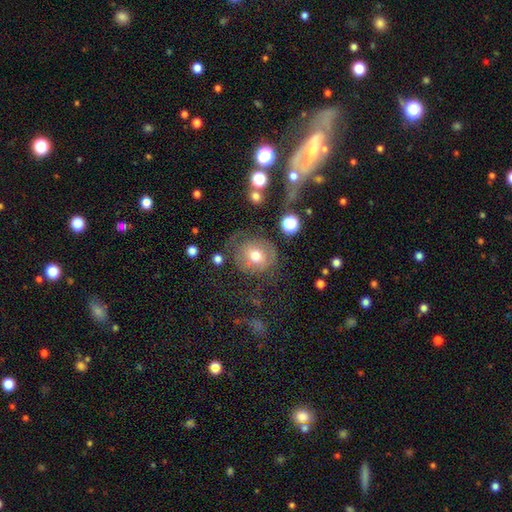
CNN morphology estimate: A smooth galaxy with no disk features (56%) that is round (77%). Merging: none (49%).